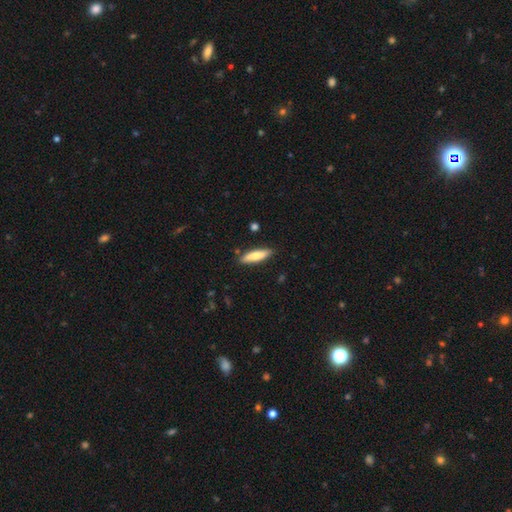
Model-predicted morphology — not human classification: smooth 72%, featured or disk 22%, star or artifact 6%. Down the decision tree: how rounded — cigar-shaped (69%); merging — none (86%).